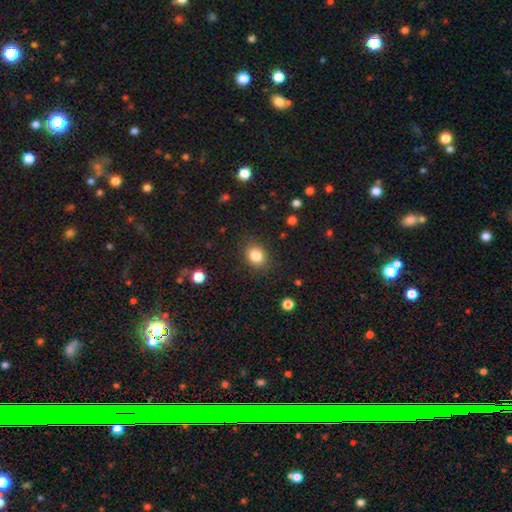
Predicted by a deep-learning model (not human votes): smooth 84%, star or artifact 10%, featured or disk 6%. Down the decision tree: how rounded — in between (52%); merging — none (86%).